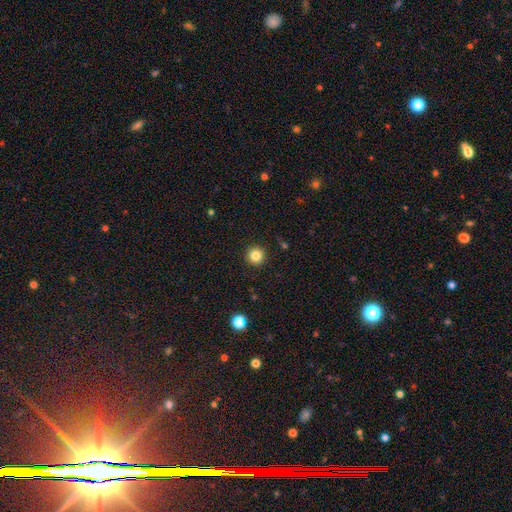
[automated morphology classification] smooth 84%, star or artifact 11%, featured or disk 5%. Down the decision tree: how rounded — round (96%); merging — none (92%).